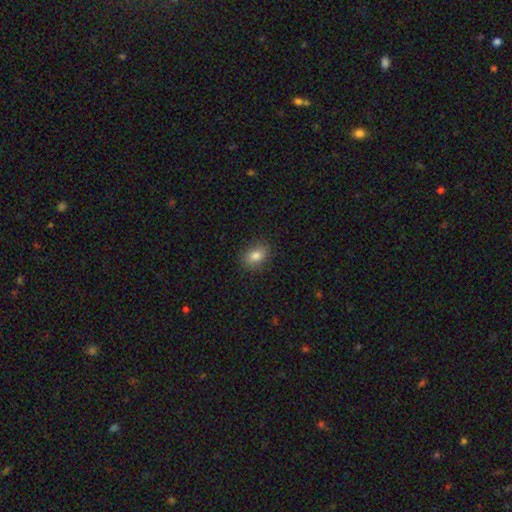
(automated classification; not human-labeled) Smooth or featured?
  - smooth: 82% *
  - star or artifact: 10%
  - featured or disk: 8%
How rounded?
  - in between: 72% *
  - round: 26%
  - cigar-shaped: 2%
Merging?
  - none: 85% *
  - minor disturbance: 11%
  - major disturbance: 3%
  - merger: 1%